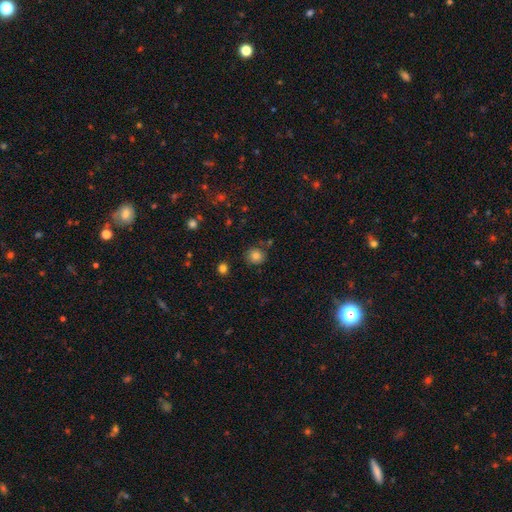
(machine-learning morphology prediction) A smooth galaxy with no disk features (82%) that is round (85%). Merging: none (80%).